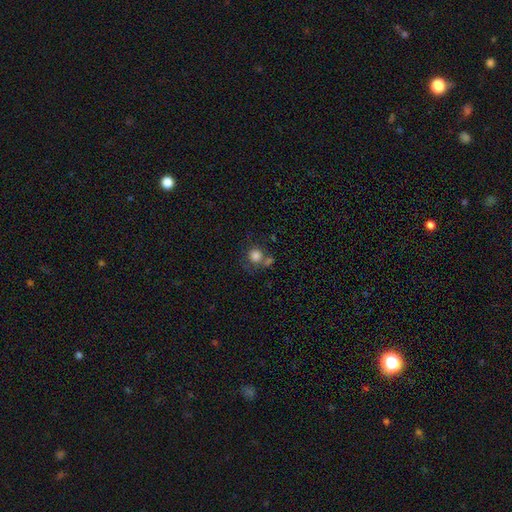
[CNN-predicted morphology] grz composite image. It shows a smooth galaxy with no disk features (81%) that is round (89%). Merging: none (54%).